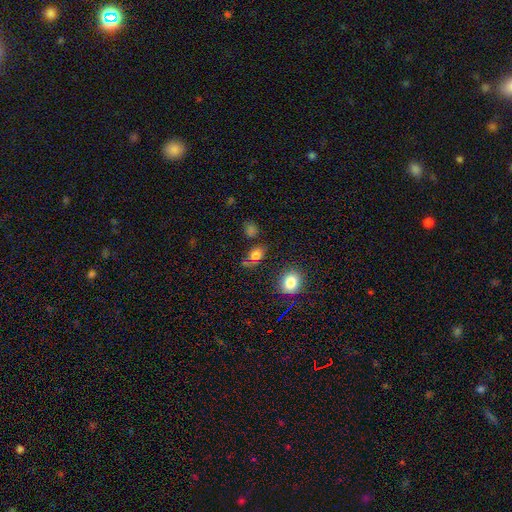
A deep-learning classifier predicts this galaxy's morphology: A smooth galaxy with no disk features (76%) that is in between round and cigar-shaped (67%).

Vote fractions:
- Smooth or featured? smooth: 76% / star or artifact: 16% / featured or disk: 8%
- How rounded? in between: 67% / round: 30% / cigar-shaped: 3%
- Merging? none: 70% / minor disturbance: 17% / merger: 7% / major disturbance: 6%